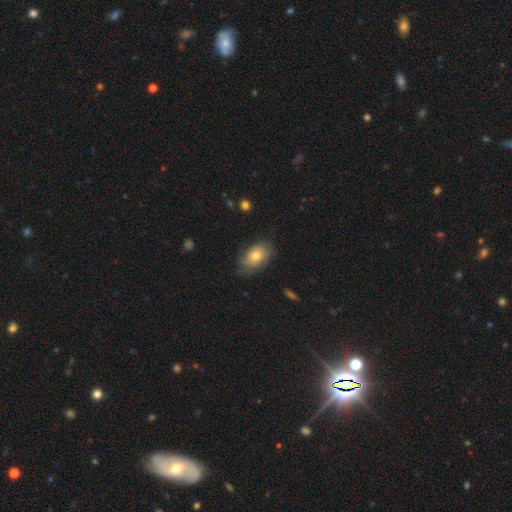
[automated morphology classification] Smooth or featured? smooth (59%)
How rounded? in between (87%)
Merging? none (71%)